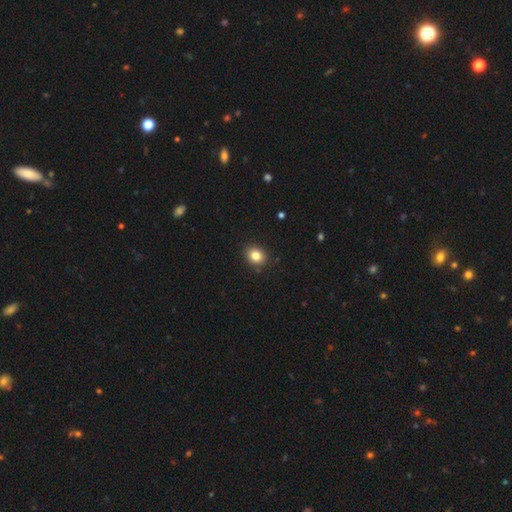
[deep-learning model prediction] Overall: smooth (83%). How rounded: round (57%; in between 42%). Merging: none (89%).